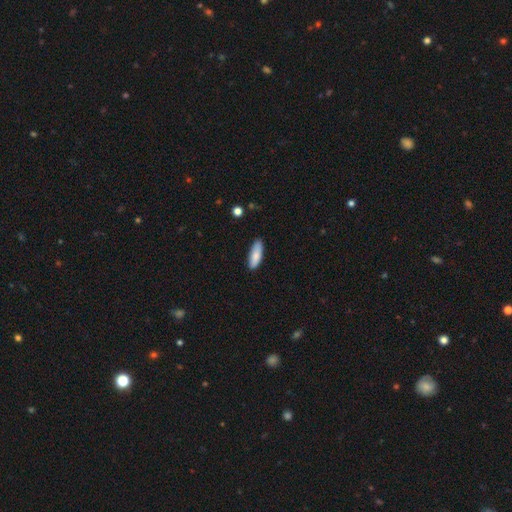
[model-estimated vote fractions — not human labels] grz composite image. It shows a smooth galaxy with no disk features (82%) that is in between round and cigar-shaped (59%). Merging: none (87%).